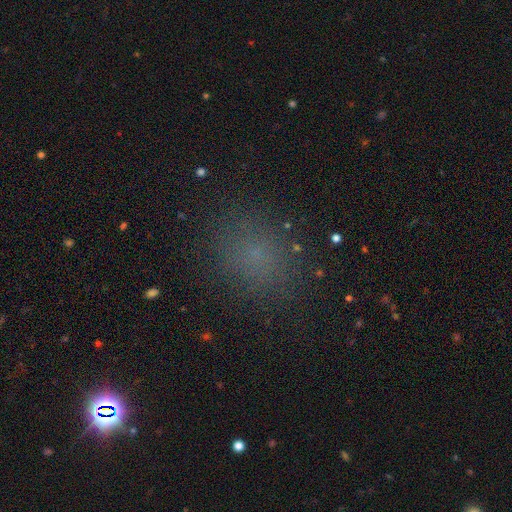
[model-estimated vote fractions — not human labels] smooth 67%, star or artifact 26%, featured or disk 7%. Down the decision tree: how rounded — round (66%); merging — none (84%).